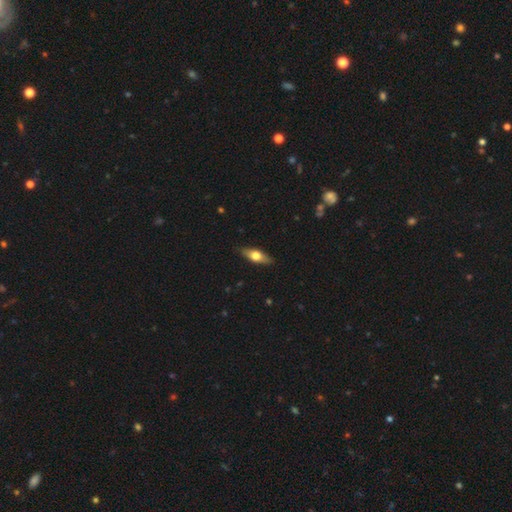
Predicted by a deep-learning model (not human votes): A smooth galaxy with no disk features (48%). Merging: none (87%).